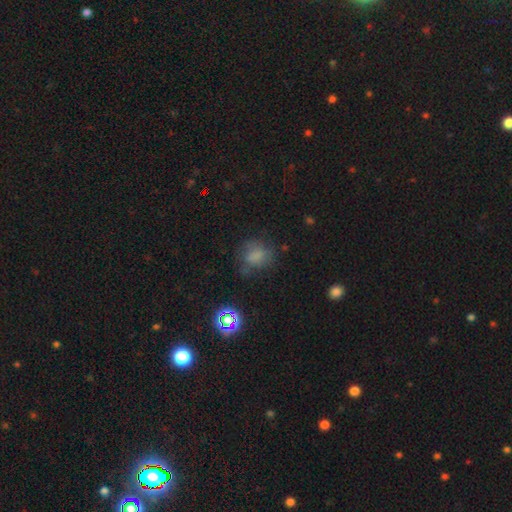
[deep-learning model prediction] The model was most divided on "how rounded": round: 53%, in between: 45%, cigar-shaped: 2%. More confident: smooth or featured — smooth (63%); merging — none (56%).